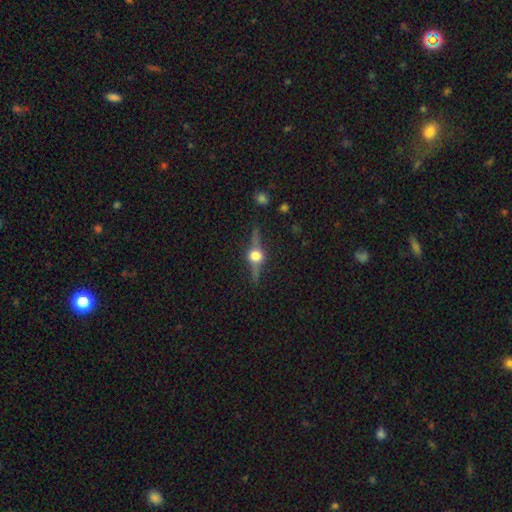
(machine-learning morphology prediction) A featured or disk galaxy (76%) viewed edge-on (96%) with a rounded central bulge (96%).

Vote fractions:
- Smooth or featured? featured or disk: 76% / smooth: 13% / star or artifact: 11%
- Edge-on disk? yes: 96% / no: 4%
- Edge-on bulge? rounded: 96% / boxy: 3% / none: 1%
- Merging? none: 85% / minor disturbance: 10% / major disturbance: 3% / merger: 2%